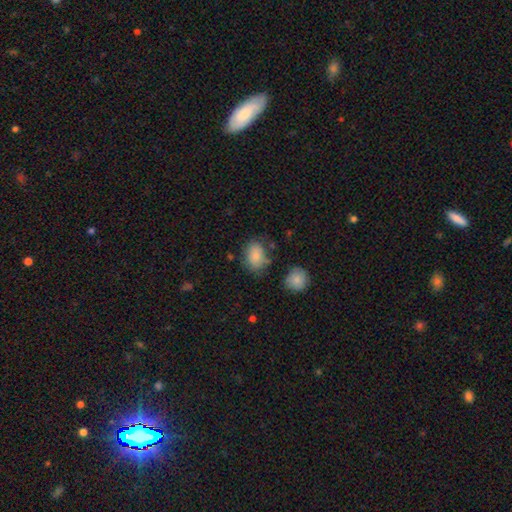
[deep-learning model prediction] smooth 82%, featured or disk 9%, star or artifact 9%. Down the decision tree: how rounded — in between (71%); merging — none (65%).